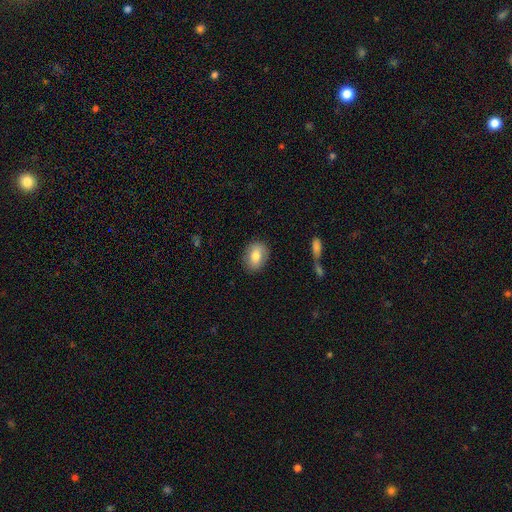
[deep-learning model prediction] Smooth or featured: smooth — 77% (featured or disk — 15%)
How rounded: in between — 68% (round — 30%)
Merging: none — 85% (minor disturbance — 11%)